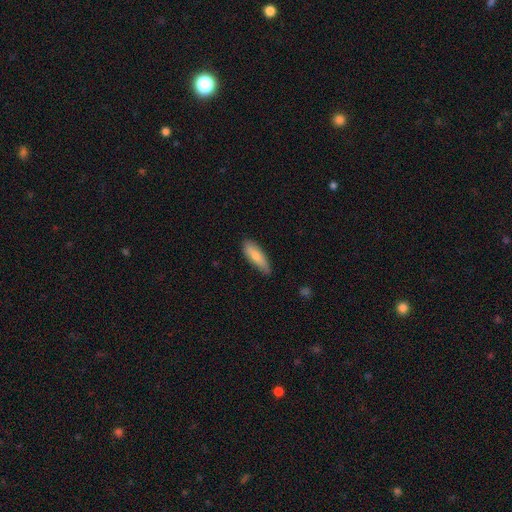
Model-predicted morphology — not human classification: A smooth galaxy with no disk features (79%) that is in between round and cigar-shaped (52%).

Vote fractions:
- Smooth or featured? smooth: 79% / featured or disk: 15% / star or artifact: 6%
- How rounded? in between: 52% / cigar-shaped: 47% / round: 2%
- Merging? none: 75% / minor disturbance: 21% / major disturbance: 3% / merger: 1%